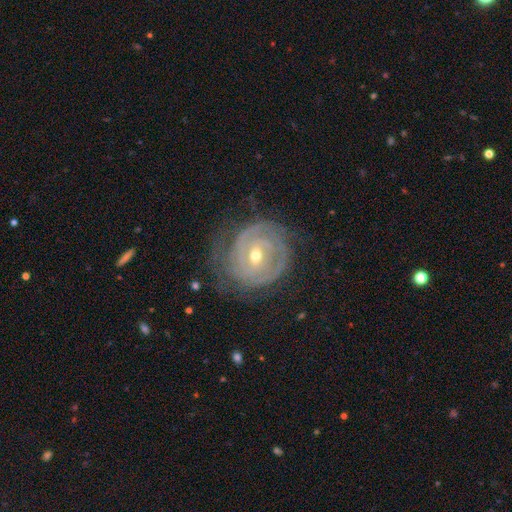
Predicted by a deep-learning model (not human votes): featured or disk 87%, smooth 8%, star or artifact 5%. Down the decision tree: edge-on disk — no (97%); bar — weak (43%); spiral arms — yes (94%); spiral arm count — can't tell (34%); spiral winding — tight (79%); bulge size — moderate (50%); merging — none (69%).